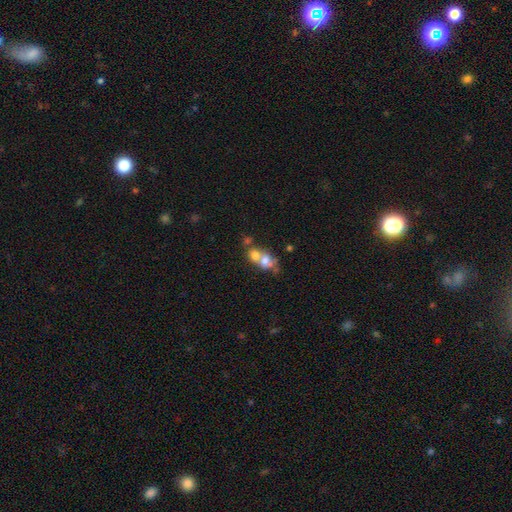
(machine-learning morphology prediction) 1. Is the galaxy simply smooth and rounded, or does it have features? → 63% smooth, 25% featured or disk, 12% star or artifact.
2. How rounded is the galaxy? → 58% round, 40% in between, 2% cigar-shaped.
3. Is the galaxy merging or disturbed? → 66% merger, 23% none, 7% minor disturbance, 4% major disturbance.